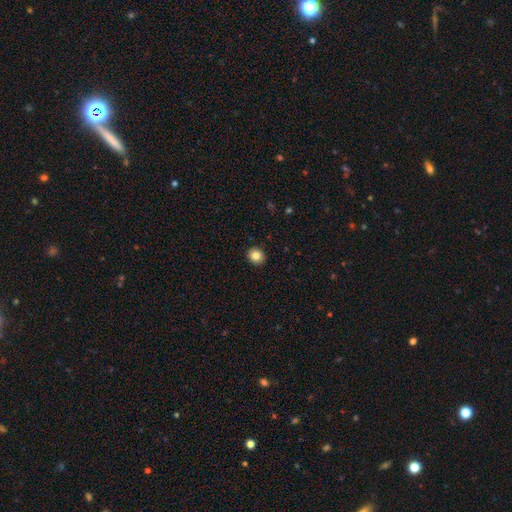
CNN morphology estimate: Smooth or featured?
  - smooth: 84% *
  - star or artifact: 10%
  - featured or disk: 6%
How rounded?
  - round: 81% *
  - in between: 18%
  - cigar-shaped: 1%
Merging?
  - none: 92% *
  - minor disturbance: 5%
  - major disturbance: 1%
  - merger: 1%